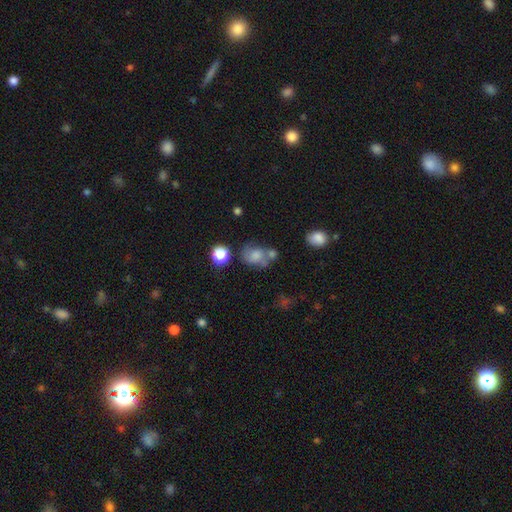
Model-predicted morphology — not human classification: type=smooth (62%); roundness=in between (55%); merging=none (35%).